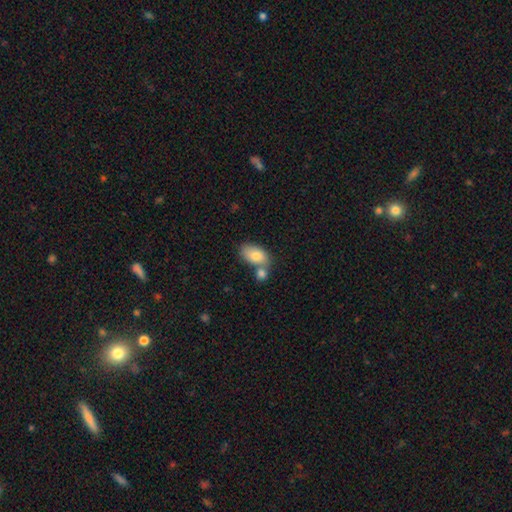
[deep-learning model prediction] Morphology: type=smooth (81%); roundness=in between (91%); merging=none (43%).